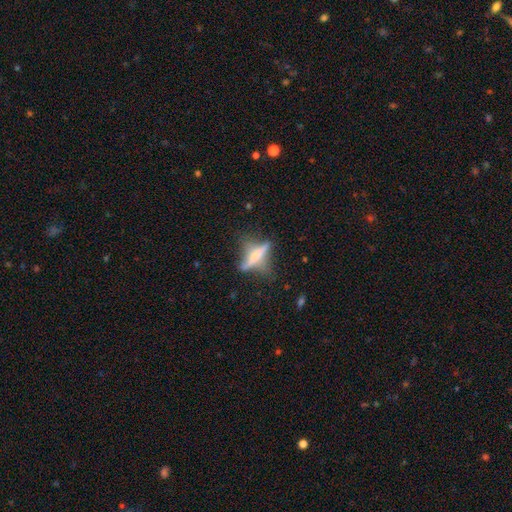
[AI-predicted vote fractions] Smooth or featured?
  - featured or disk: 57% *
  - smooth: 33%
  - star or artifact: 11%
Edge-on disk?
  - yes: 81% *
  - no: 19%
Merging?
  - none: 58% *
  - minor disturbance: 21%
  - major disturbance: 15%
  - merger: 6%